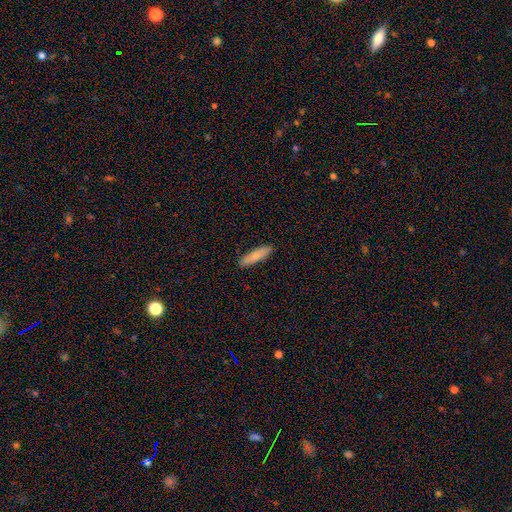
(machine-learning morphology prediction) A smooth galaxy with no disk features (77%) that is cigar-shaped (67%).

Vote fractions:
- Smooth or featured? smooth: 77% / featured or disk: 17% / star or artifact: 6%
- How rounded? cigar-shaped: 67% / in between: 31% / round: 2%
- Merging? none: 90% / minor disturbance: 7% / major disturbance: 2% / merger: 1%